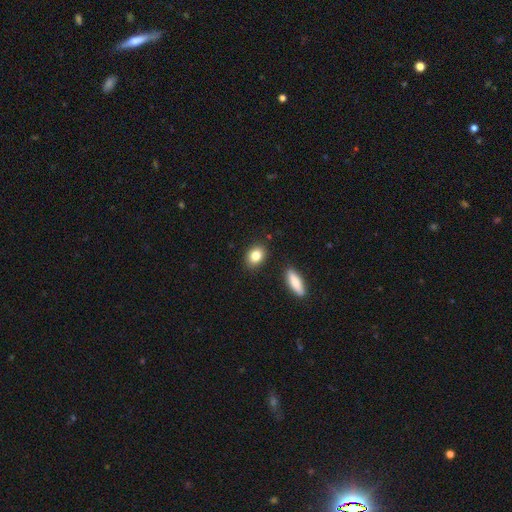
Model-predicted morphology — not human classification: Smooth or featured? Predicted: smooth (p=0.83). How rounded? Predicted: in between (p=0.71). Merging? Predicted: none (p=0.85).